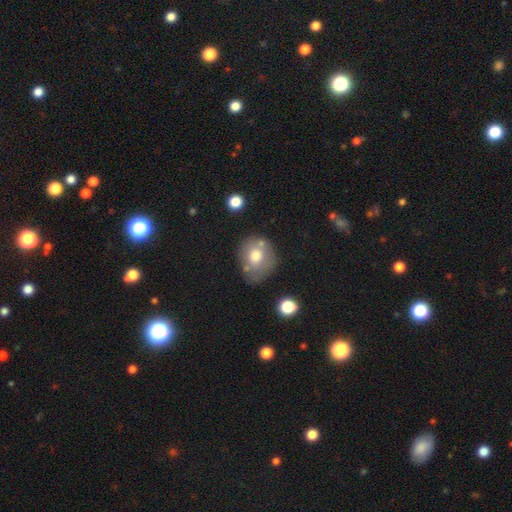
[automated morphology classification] smooth_or_featured: smooth (p=0.68) [alt: featured or disk p=0.22]
how_rounded: round (p=0.68) [alt: in between p=0.31]
merging: none (p=0.58) [alt: minor disturbance p=0.22]